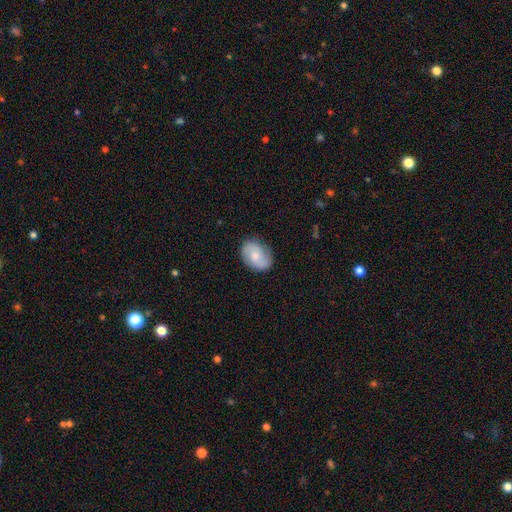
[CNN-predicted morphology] Q: Smooth or featured?
A: smooth (55%); runner-up: featured or disk (38%)
Q: How rounded?
A: in between (77%); runner-up: round (21%)
Q: Merging?
A: none (81%); runner-up: minor disturbance (15%)